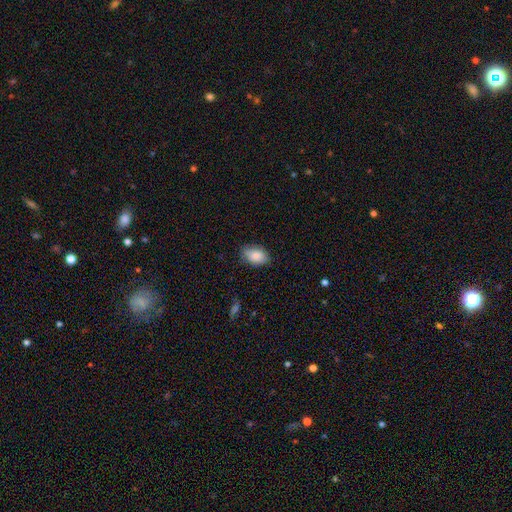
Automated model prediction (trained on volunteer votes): smooth 87%, star or artifact 7%, featured or disk 6%. Down the decision tree: how rounded — in between (91%); merging — none (81%).